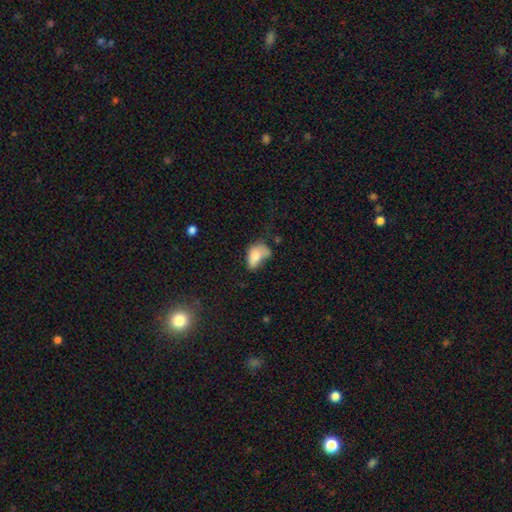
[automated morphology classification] Overall: smooth (74%). How rounded: in between (85%). Merging: minor disturbance (32%; major disturbance 29%).